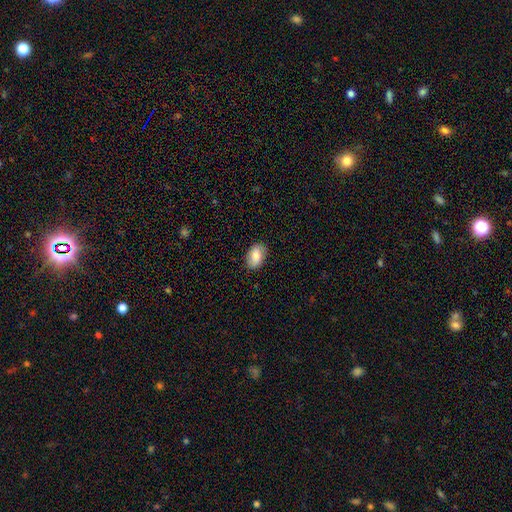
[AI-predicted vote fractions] Overall: smooth (71%). How rounded: in between (88%). Merging: none (84%).